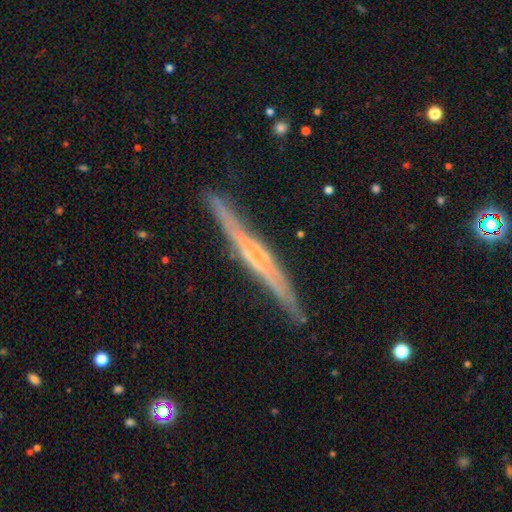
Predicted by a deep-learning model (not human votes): This appears to be a featured or disk galaxy (73%) viewed edge-on (97%) with no central bulge (52%). Merging: none (86%).